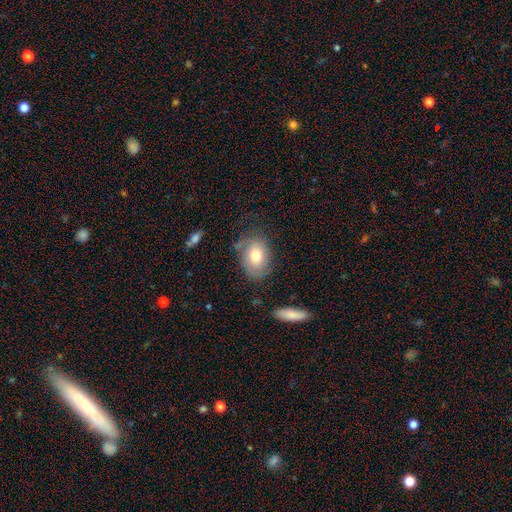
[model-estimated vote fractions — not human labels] Smooth or featured?
  - smooth: 70% *
  - featured or disk: 22%
  - star or artifact: 8%
How rounded?
  - in between: 72% *
  - round: 26%
  - cigar-shaped: 1%
Merging?
  - none: 66% *
  - minor disturbance: 23%
  - major disturbance: 8%
  - merger: 3%